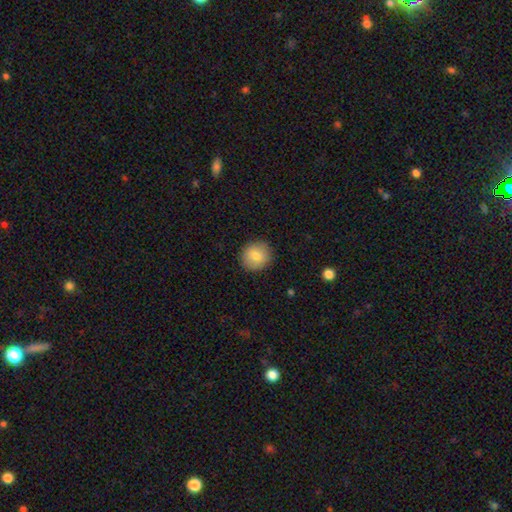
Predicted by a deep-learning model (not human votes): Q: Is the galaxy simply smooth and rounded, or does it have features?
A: smooth — 80%.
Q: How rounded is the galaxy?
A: round — 87%.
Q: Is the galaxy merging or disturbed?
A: none — 89%.